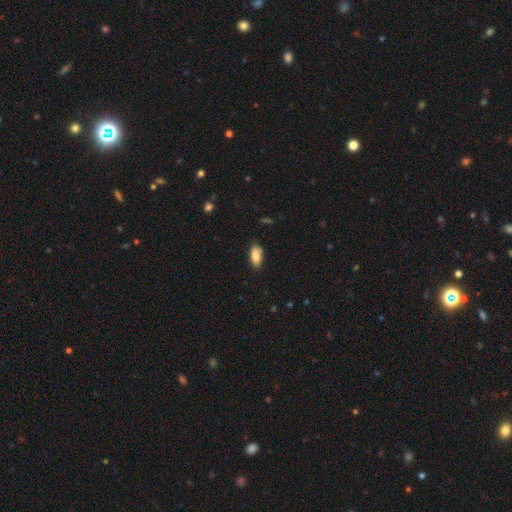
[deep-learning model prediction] Smooth or featured? Predicted: smooth (p=0.86). How rounded? Predicted: in between (p=0.83). Merging? Predicted: none (p=0.77).